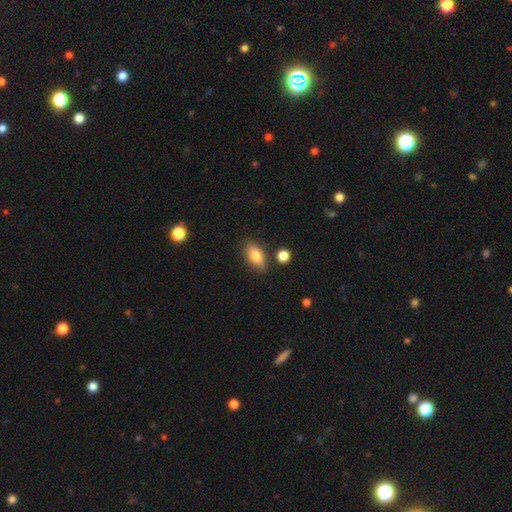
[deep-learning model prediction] Smooth or featured? Predicted: smooth (p=0.81). How rounded? Predicted: in between (p=0.86). Merging? Predicted: none (p=0.82).